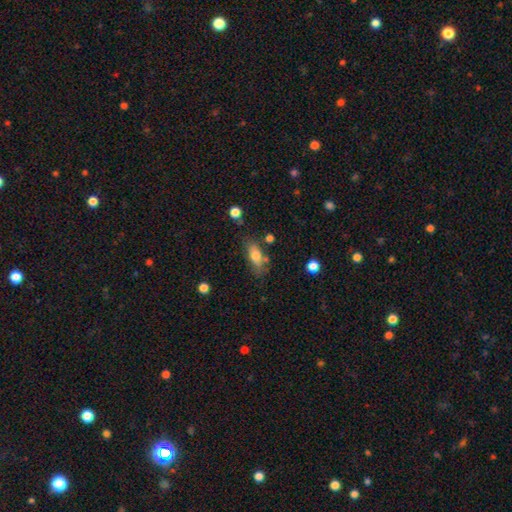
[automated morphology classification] Smooth or featured? smooth (72%)
How rounded? in between (75%)
Merging? none (63%)